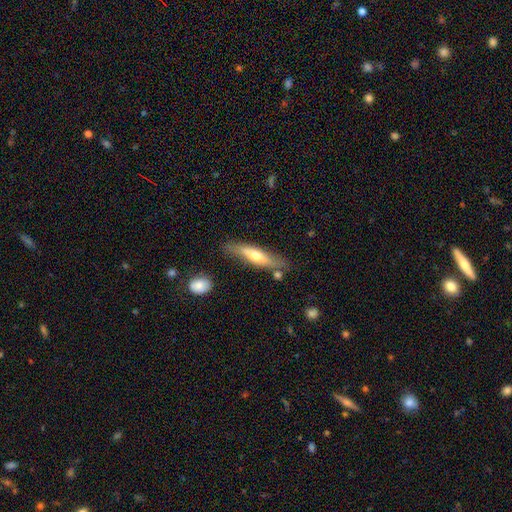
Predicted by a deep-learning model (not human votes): Smooth or featured? Predicted: smooth (p=0.48). Merging? Predicted: none (p=0.72).